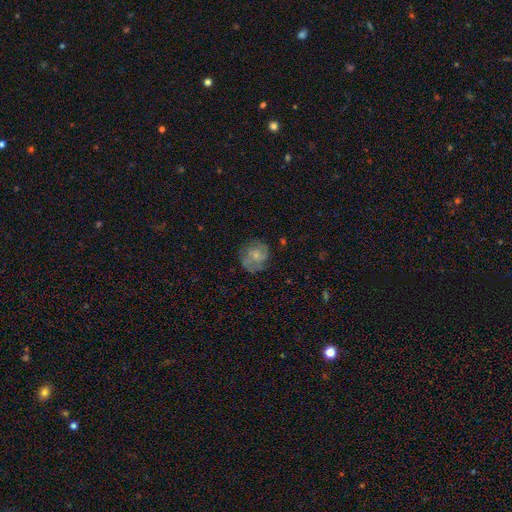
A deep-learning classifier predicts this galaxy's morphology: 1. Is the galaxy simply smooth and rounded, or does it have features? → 48% featured or disk, 44% smooth, 8% star or artifact.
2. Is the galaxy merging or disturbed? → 68% none, 20% minor disturbance, 10% major disturbance, 2% merger.